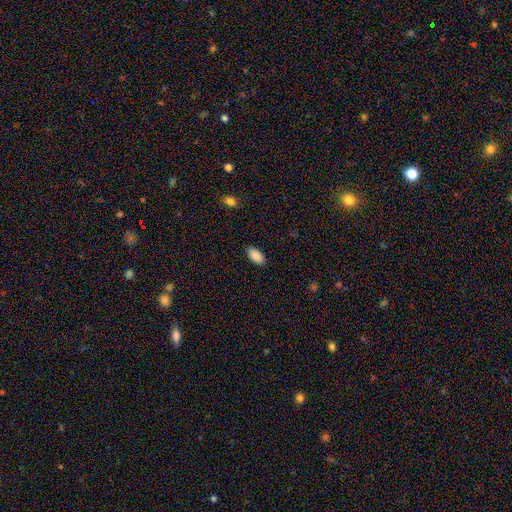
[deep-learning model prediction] Overall: smooth (89%). How rounded: in between (94%). Merging: none (88%).